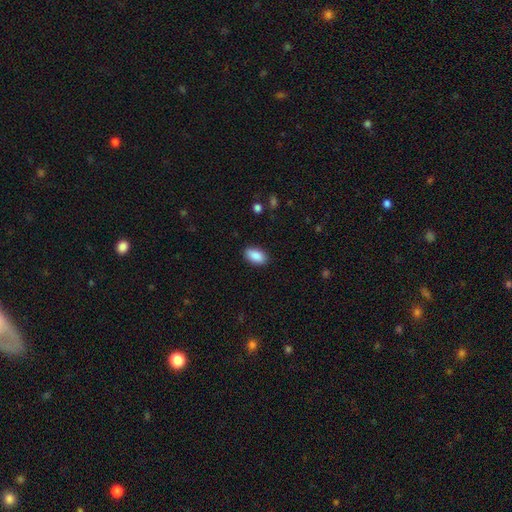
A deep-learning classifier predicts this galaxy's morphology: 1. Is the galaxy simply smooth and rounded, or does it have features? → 90% smooth, 7% star or artifact, 3% featured or disk.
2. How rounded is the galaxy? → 93% in between, 4% round, 3% cigar-shaped.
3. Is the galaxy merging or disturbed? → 87% none, 10% minor disturbance, 2% major disturbance, 1% merger.